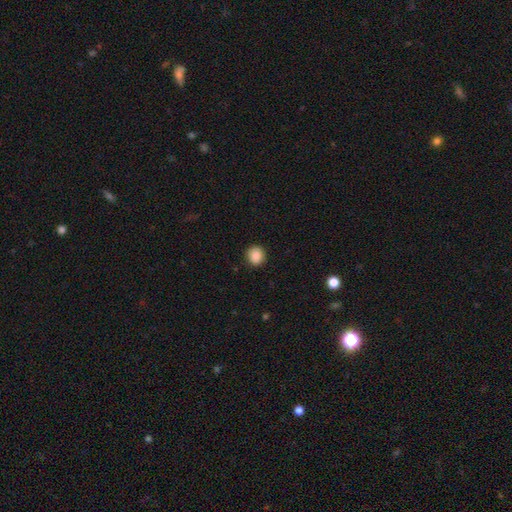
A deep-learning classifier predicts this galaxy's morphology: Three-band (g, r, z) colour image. It shows a smooth galaxy with no disk features (88%) that is round (86%). Merging: none (90%).